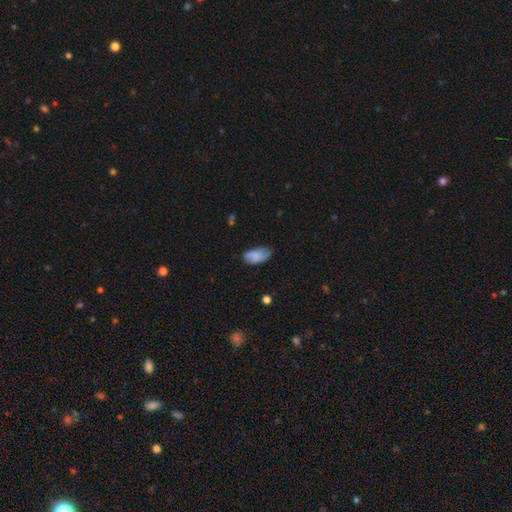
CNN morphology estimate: type=smooth (80%); roundness=in between (93%); merging=none (59%).